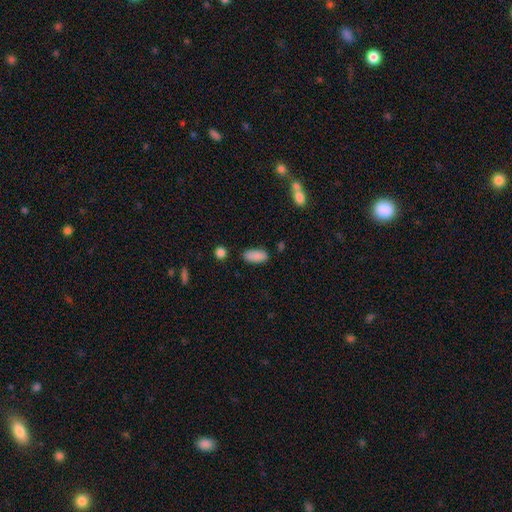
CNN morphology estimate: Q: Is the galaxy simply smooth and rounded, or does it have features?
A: smooth — 88%.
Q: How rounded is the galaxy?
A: in between — 88%.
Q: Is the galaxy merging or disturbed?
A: none — 81%.